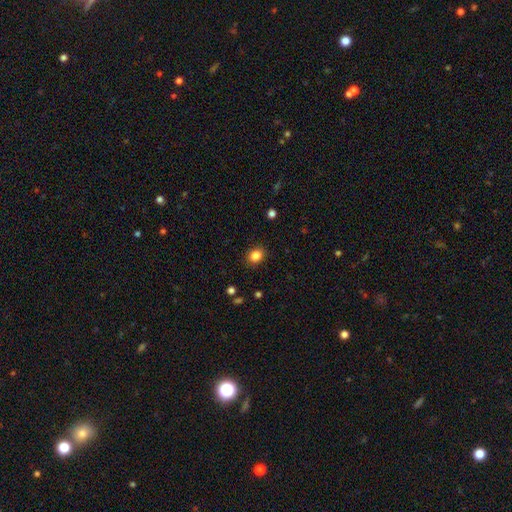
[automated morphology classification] A smooth galaxy with no disk features (85%) that is round (50%). Merging: none (88%).